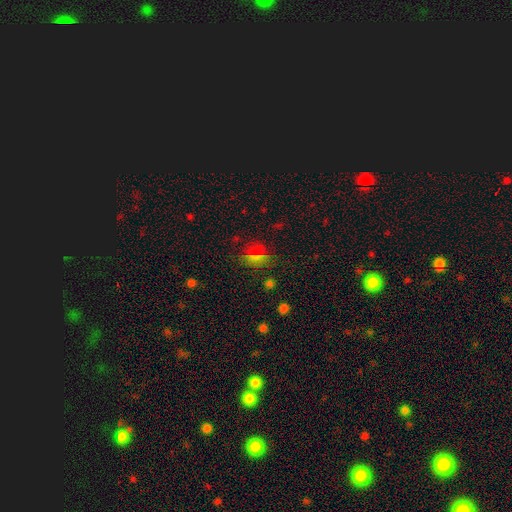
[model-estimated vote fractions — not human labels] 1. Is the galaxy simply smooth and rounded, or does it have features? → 58% smooth, 33% star or artifact, 9% featured or disk.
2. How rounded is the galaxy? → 63% round, 34% in between, 3% cigar-shaped.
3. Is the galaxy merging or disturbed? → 78% none, 13% minor disturbance, 6% major disturbance, 3% merger.